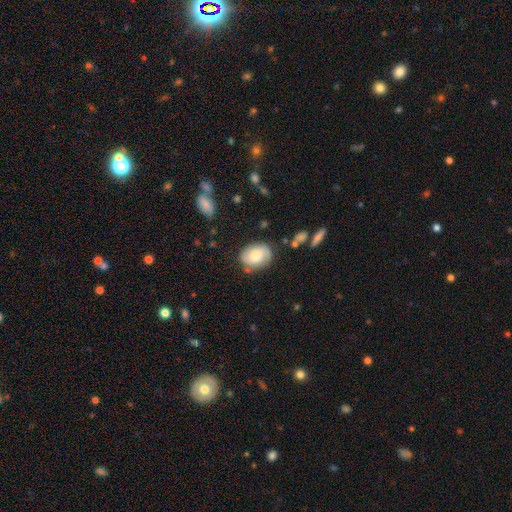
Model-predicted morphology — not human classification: Smooth or featured? Predicted: smooth (p=0.67). How rounded? Predicted: in between (p=0.70). Merging? Predicted: none (p=0.71).